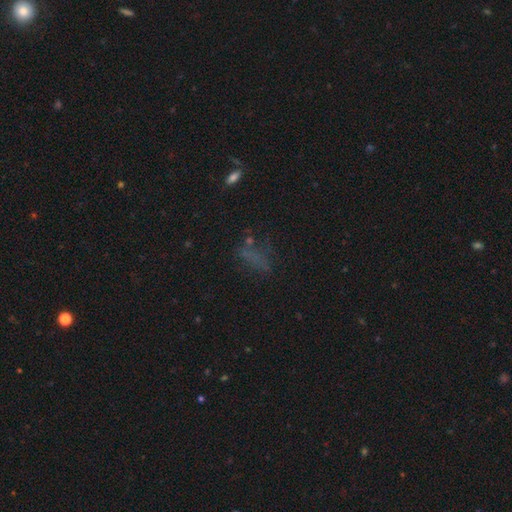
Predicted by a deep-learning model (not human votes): Smooth or featured? Predicted: smooth (p=0.44). Merging? Predicted: none (p=0.55).